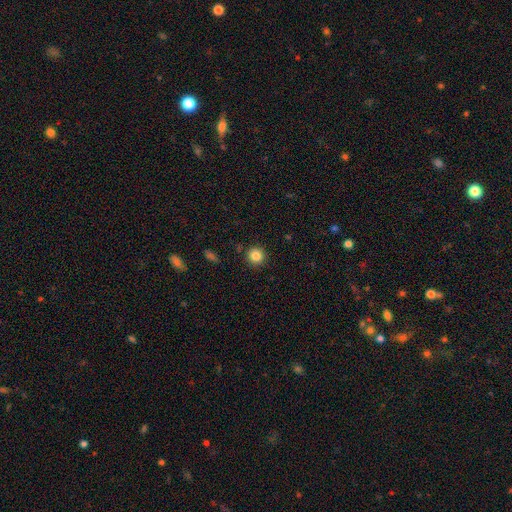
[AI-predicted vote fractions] Overall: smooth (84%). How rounded: round (94%). Merging: none (91%).